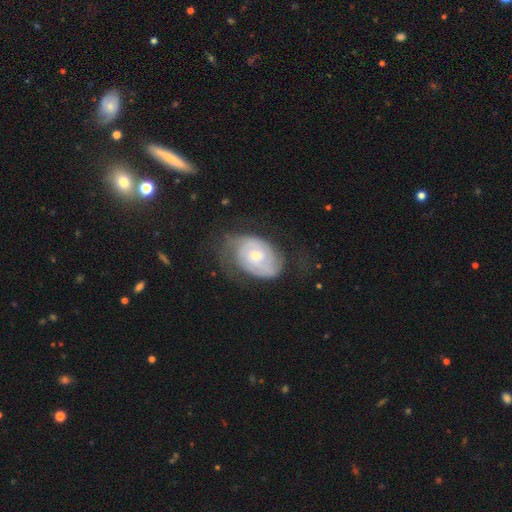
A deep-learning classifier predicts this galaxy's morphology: smooth_or_featured: featured or disk (p=0.80) [alt: smooth p=0.15]
disk_edge_on: no (p=0.97) [alt: yes p=0.03]
bar: no (p=0.72) [alt: weak p=0.24]
has_spiral_arms: yes (p=0.92) [alt: no p=0.08]
spiral_winding: tight (p=0.65) [alt: medium p=0.26]
spiral_arm_count: 2 (p=0.54) [alt: can't tell p=0.27]
bulge_size: moderate (p=0.49) [alt: small p=0.47]
merging: none (p=0.62) [alt: minor disturbance p=0.23]